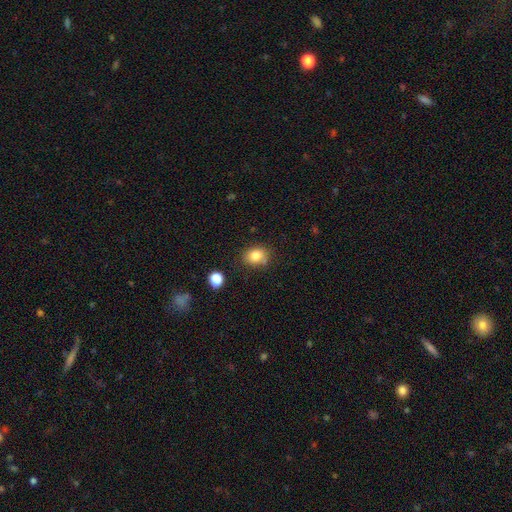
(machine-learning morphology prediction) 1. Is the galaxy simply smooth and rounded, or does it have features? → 81% smooth, 11% star or artifact, 8% featured or disk.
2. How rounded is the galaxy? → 51% round, 48% in between, 1% cigar-shaped.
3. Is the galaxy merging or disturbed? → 71% none, 16% minor disturbance, 8% merger, 4% major disturbance.